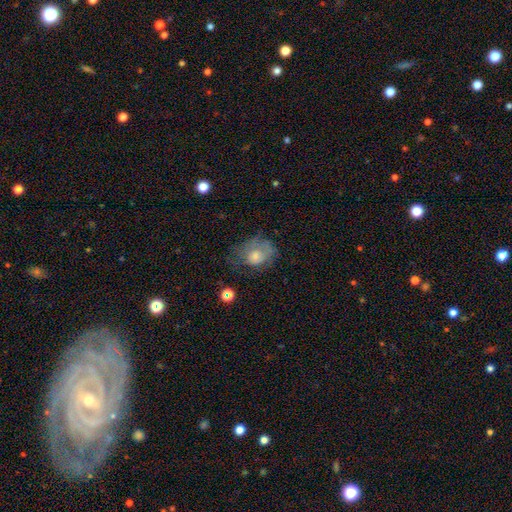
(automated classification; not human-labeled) A smooth galaxy with no disk features (54%) that is in between round and cigar-shaped (55%).

Vote fractions:
- Smooth or featured? smooth: 54% / featured or disk: 34% / star or artifact: 13%
- How rounded? in between: 55% / round: 44% / cigar-shaped: 1%
- Merging? none: 44% / minor disturbance: 29% / major disturbance: 24% / merger: 2%